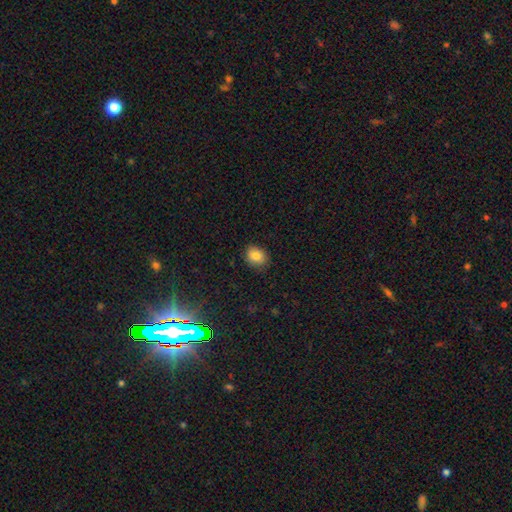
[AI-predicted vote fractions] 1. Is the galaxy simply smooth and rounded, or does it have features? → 83% smooth, 10% star or artifact, 7% featured or disk.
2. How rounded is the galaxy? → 50% round, 49% in between, 1% cigar-shaped.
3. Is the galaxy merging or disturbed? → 85% none, 12% minor disturbance, 2% major disturbance, 1% merger.